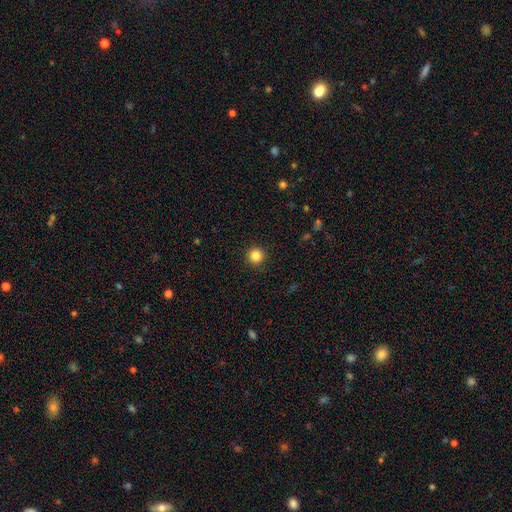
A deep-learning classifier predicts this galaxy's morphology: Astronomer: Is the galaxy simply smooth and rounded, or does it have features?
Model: smooth — 85%.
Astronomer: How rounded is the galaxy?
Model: round — 96%.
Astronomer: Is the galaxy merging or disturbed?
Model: none — 93%.